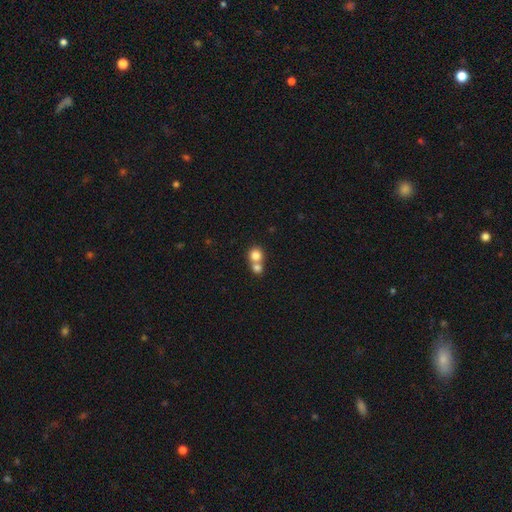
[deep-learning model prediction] Morphology: type=smooth (81%); roundness=round (84%); merging=merger (57%).